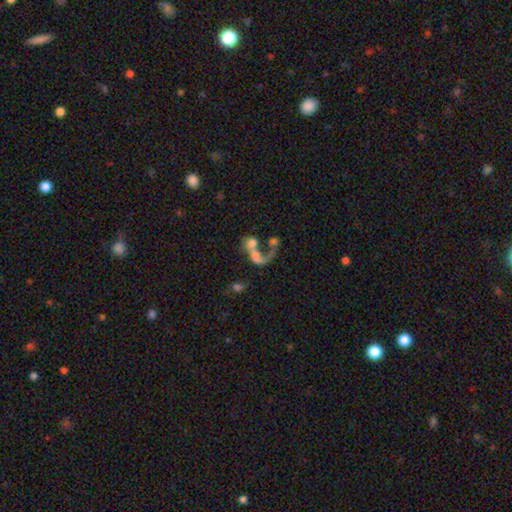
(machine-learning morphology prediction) Smooth or featured?
  - featured or disk: 49% *
  - smooth: 38%
  - star or artifact: 13%
Merging?
  - merger: 59% *
  - major disturbance: 22%
  - none: 13%
  - minor disturbance: 6%